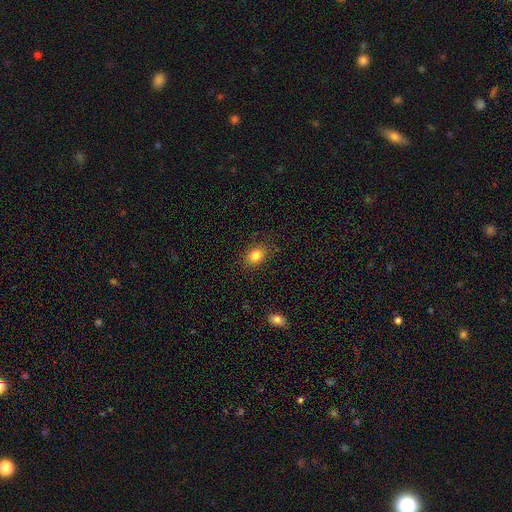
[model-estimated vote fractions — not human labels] smooth_or_featured: smooth (p=0.83) [alt: star or artifact p=0.11]
how_rounded: in between (p=0.59) [alt: round p=0.40]
merging: none (p=0.84) [alt: minor disturbance p=0.12]